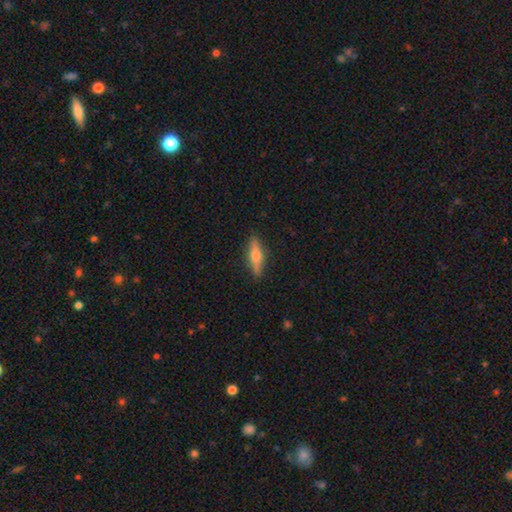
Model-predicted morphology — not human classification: This appears to be a featured or disk galaxy (53%) viewed edge-on (95%). Merging: none (88%).